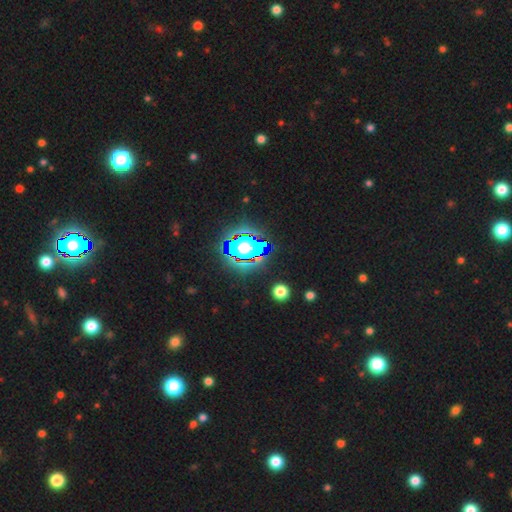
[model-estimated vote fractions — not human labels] Morphology: type=star or artifact (66%).